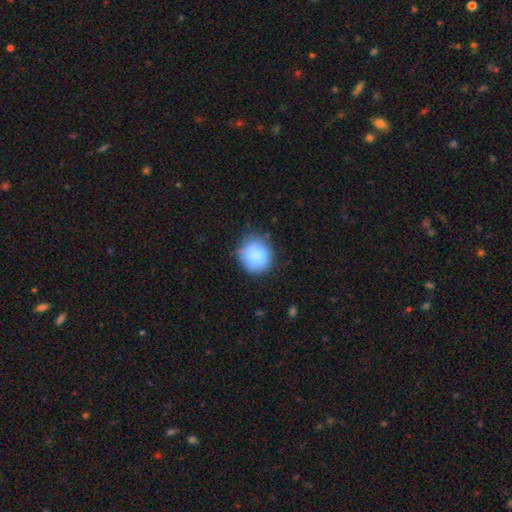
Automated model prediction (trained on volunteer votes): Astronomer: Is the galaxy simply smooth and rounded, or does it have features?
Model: smooth — 85%.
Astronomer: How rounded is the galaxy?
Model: round — 82%.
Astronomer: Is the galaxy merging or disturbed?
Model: none — 73%.